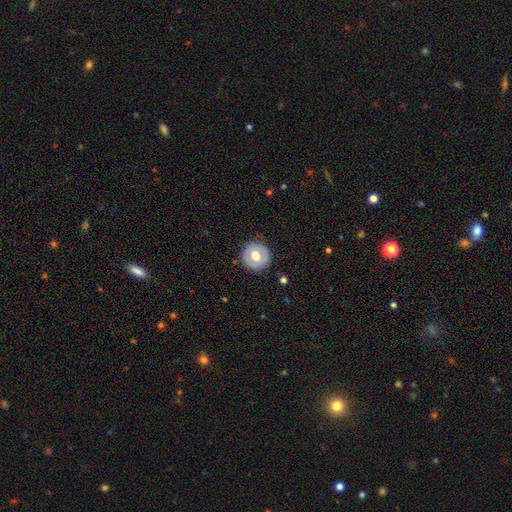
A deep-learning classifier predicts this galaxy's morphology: Smooth or featured?
  - smooth: 59% *
  - featured or disk: 34%
  - star or artifact: 7%
How rounded?
  - round: 94% *
  - in between: 5%
  - cigar-shaped: 1%
Merging?
  - none: 88% *
  - minor disturbance: 8%
  - major disturbance: 2%
  - merger: 1%